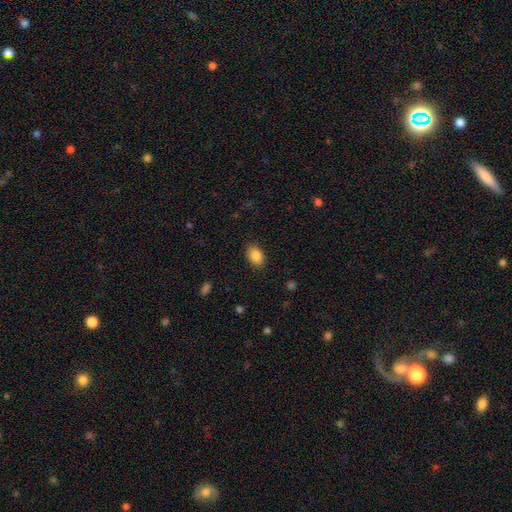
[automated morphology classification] Overall: smooth (87%). How rounded: in between (80%). Merging: none (86%).